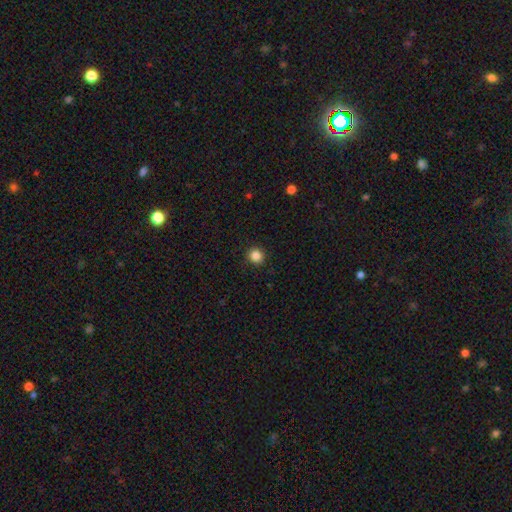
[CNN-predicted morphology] Q: Smooth or featured?
A: smooth (86%); runner-up: star or artifact (11%)
Q: How rounded?
A: round (93%); runner-up: in between (6%)
Q: Merging?
A: none (92%); runner-up: minor disturbance (5%)